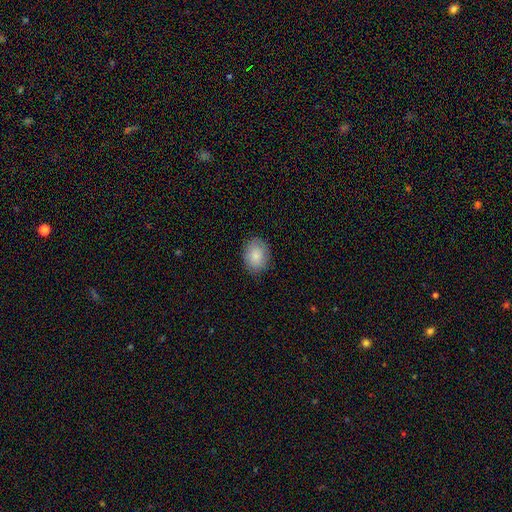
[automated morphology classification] smooth-or-featured: smooth: 84% | featured or disk: 9% | star or artifact: 7%
  how-rounded: in between: 66% | round: 33% | cigar-shaped: 1%
  merging: none: 84% | minor disturbance: 12% | major disturbance: 3% | merger: 1%